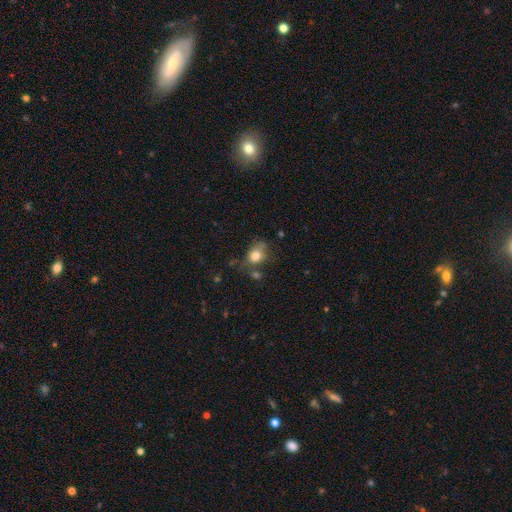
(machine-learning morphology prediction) A smooth galaxy with no disk features (77%) that is in between round and cigar-shaped (53%). Merging: none (46%).